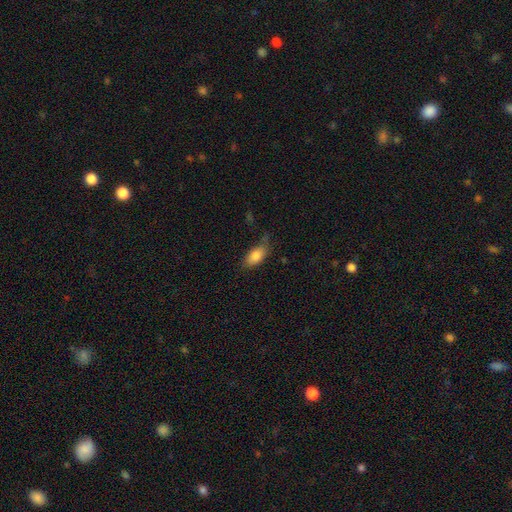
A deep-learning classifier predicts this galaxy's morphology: This is clearly a smooth galaxy (84%). How rounded: clearly in between (90%). Merging: likely none (61%).